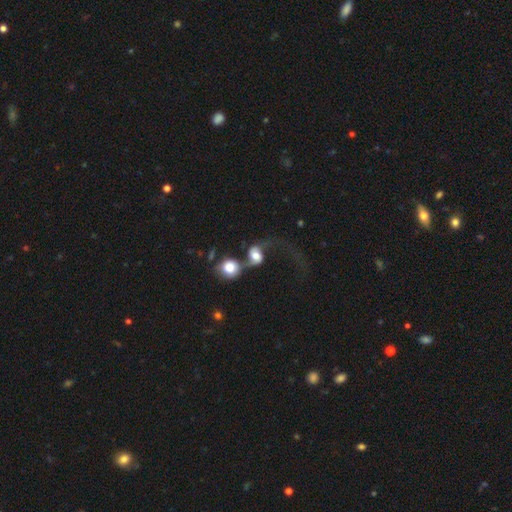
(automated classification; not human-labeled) A featured or disk galaxy (45%, tied with smooth). Merging: merger (59%).